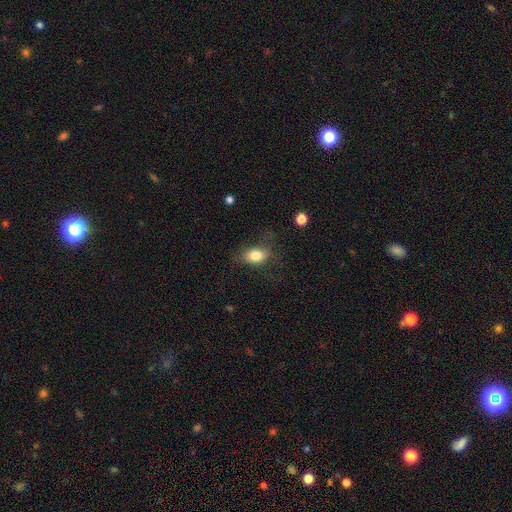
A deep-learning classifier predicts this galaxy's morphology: smooth_or_featured: smooth (p=0.80) [alt: featured or disk p=0.11]
how_rounded: in between (p=0.83) [alt: round p=0.15]
merging: none (p=0.66) [alt: minor disturbance p=0.20]